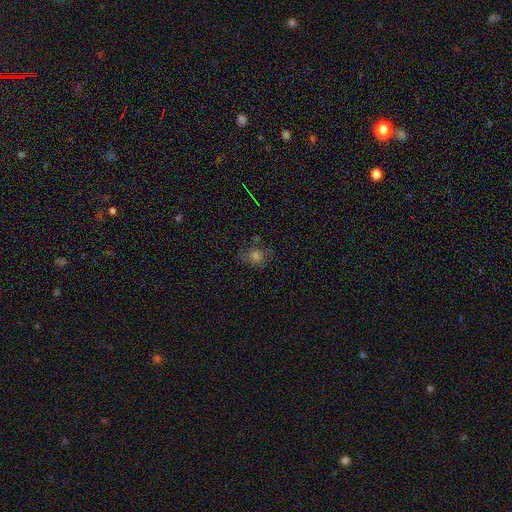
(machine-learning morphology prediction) A smooth galaxy with no disk features (54%) that is round (59%). Merging: none (67%).